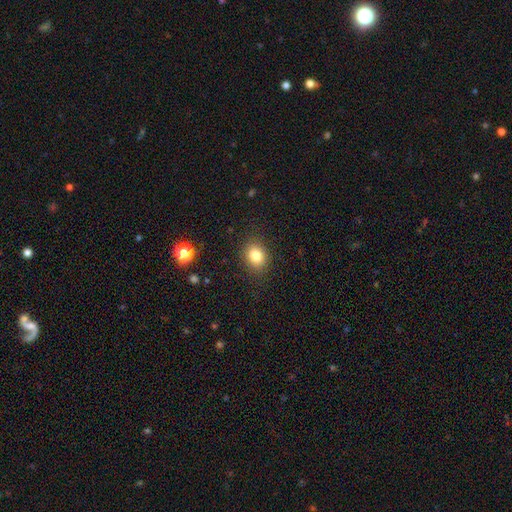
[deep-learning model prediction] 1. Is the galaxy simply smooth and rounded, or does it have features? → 82% smooth, 11% star or artifact, 7% featured or disk.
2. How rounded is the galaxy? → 50% in between, 49% round, 1% cigar-shaped.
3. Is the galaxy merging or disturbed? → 87% none, 9% minor disturbance, 3% major disturbance, 1% merger.